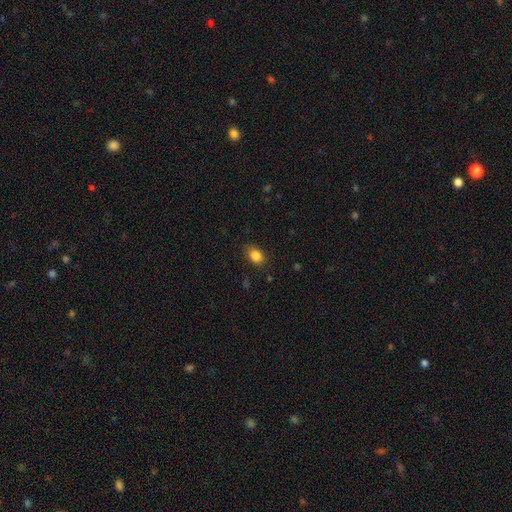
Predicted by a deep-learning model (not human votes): The model was most divided on "how rounded": in between: 72%, round: 27%, cigar-shaped: 1%. More confident: smooth or featured — smooth (85%); merging — none (80%).